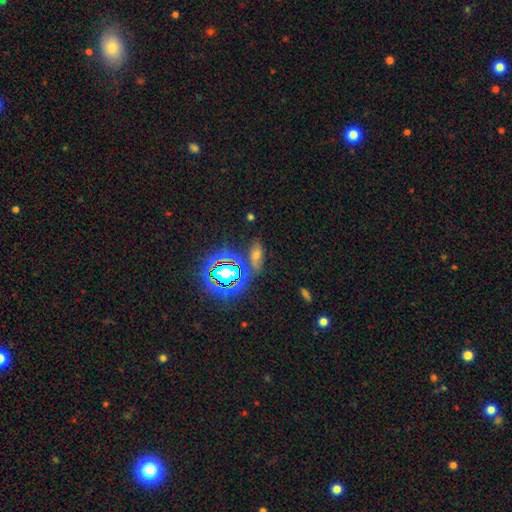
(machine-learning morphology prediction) This appears to be a smooth galaxy with no disk features (44%). Merging: none (75%).